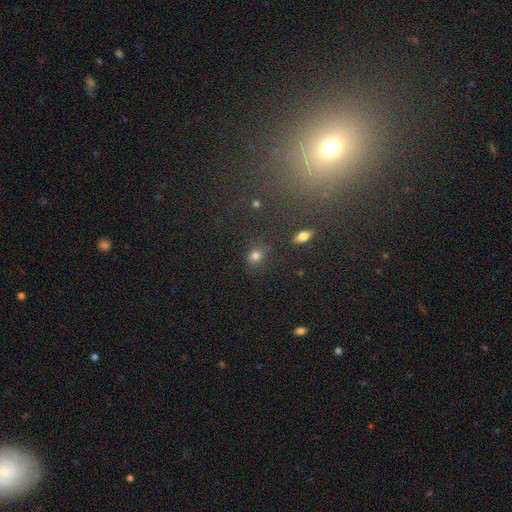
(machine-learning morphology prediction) Smooth or featured? smooth (79%)
How rounded? round (71%)
Merging? none (75%)